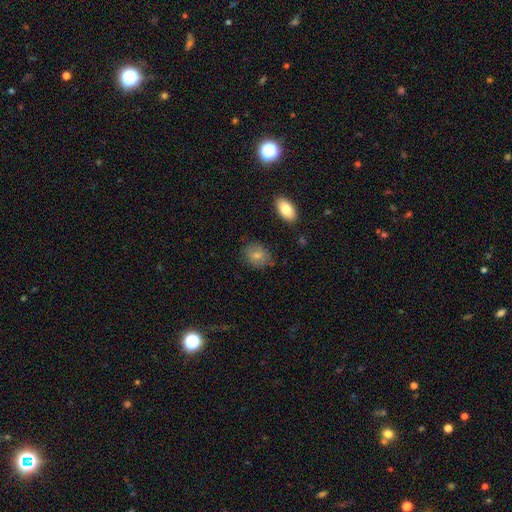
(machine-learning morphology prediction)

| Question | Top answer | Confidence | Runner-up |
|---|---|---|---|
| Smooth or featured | smooth | 63% | featured or disk (20%) |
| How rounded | in between | 54% | round (45%) |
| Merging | none | 80% | minor disturbance (14%) |